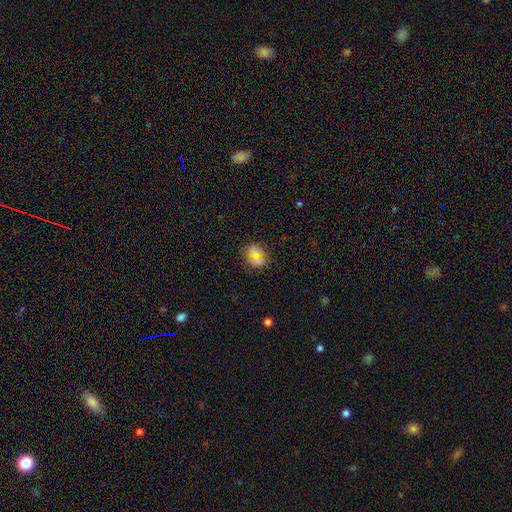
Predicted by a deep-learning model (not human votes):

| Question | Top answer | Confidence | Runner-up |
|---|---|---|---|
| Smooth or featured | smooth | 69% | star or artifact (23%) |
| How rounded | round | 67% | in between (30%) |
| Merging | none | 85% | minor disturbance (9%) |